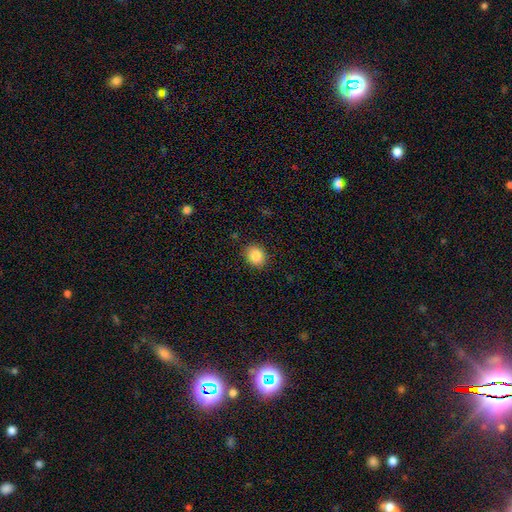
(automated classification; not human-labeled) Smooth or featured: smooth — 87% (star or artifact — 9%)
How rounded: round — 63% (in between — 36%)
Merging: none — 88% (minor disturbance — 9%)